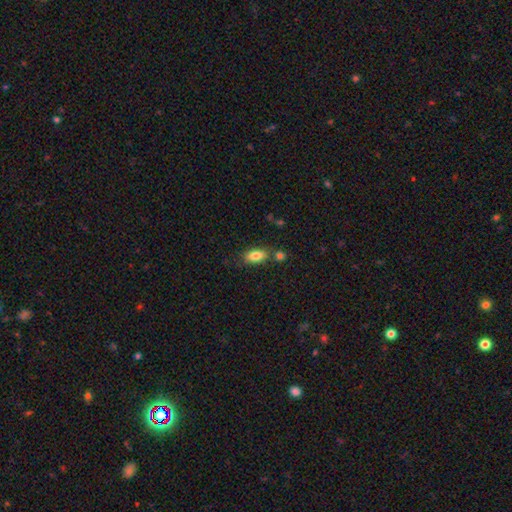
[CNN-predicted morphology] A smooth galaxy with no disk features (83%) that is in between round and cigar-shaped (86%).

Vote fractions:
- Smooth or featured? smooth: 83% / featured or disk: 10% / star or artifact: 8%
- How rounded? in between: 86% / cigar-shaped: 10% / round: 4%
- Merging? none: 71% / minor disturbance: 13% / merger: 12% / major disturbance: 3%